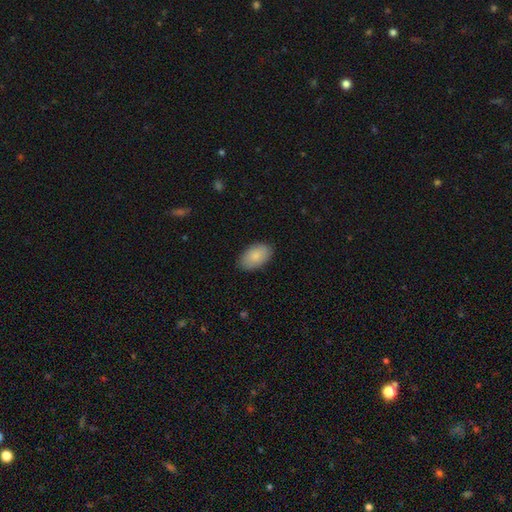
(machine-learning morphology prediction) Smooth or featured: smooth — 85% (featured or disk — 9%)
How rounded: in between — 93% (round — 5%)
Merging: none — 86% (minor disturbance — 11%)